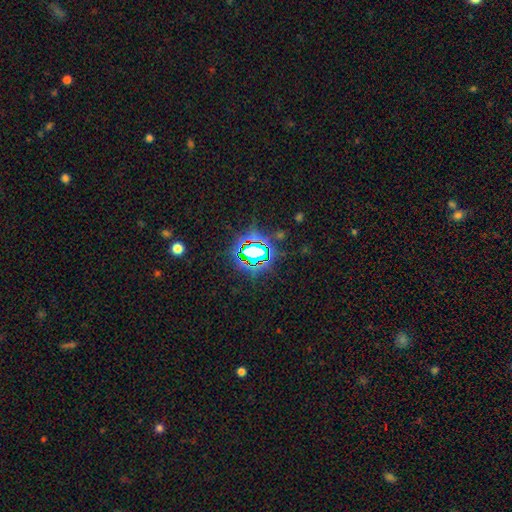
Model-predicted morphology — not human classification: Overall: star or artifact (75%).